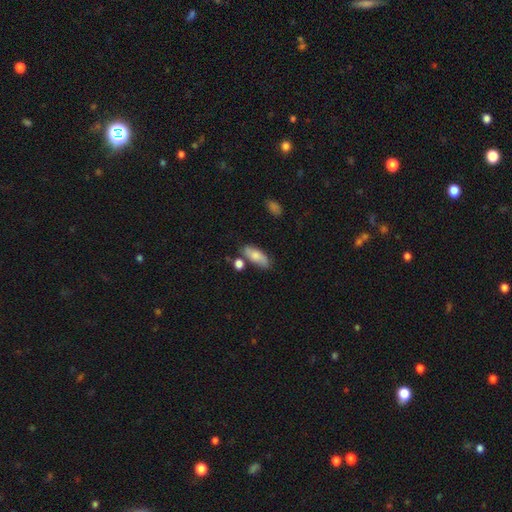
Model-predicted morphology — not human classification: This appears to be a smooth galaxy with no disk features (74%) that is in between round and cigar-shaped (78%). Merging: none (67%).